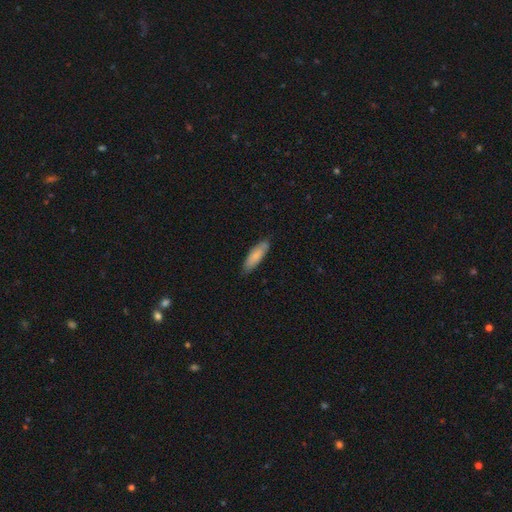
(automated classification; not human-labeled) This is likely a smooth galaxy (79%). How rounded: possibly in between (50%). Merging: clearly none (81%).